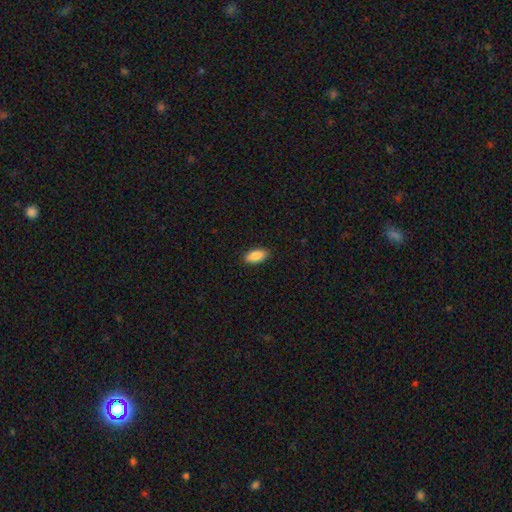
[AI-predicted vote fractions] A smooth galaxy with no disk features (89%) that is in between round and cigar-shaped (91%).

Vote fractions:
- Smooth or featured? smooth: 89% / star or artifact: 6% / featured or disk: 4%
- How rounded? in between: 91% / cigar-shaped: 7% / round: 2%
- Merging? none: 89% / minor disturbance: 8% / major disturbance: 2% / merger: 1%